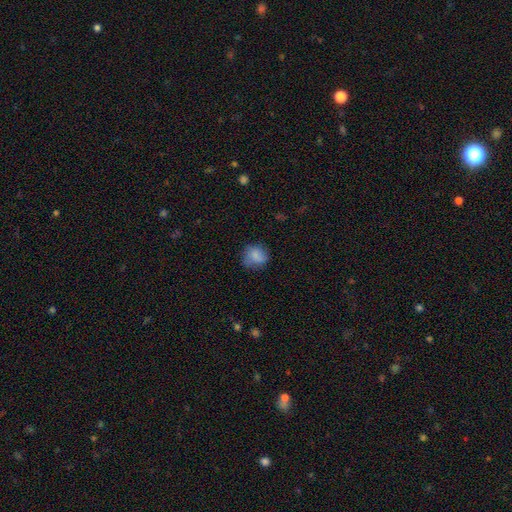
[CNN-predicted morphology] Q: Smooth or featured?
A: smooth (79%); runner-up: featured or disk (12%)
Q: How rounded?
A: round (77%); runner-up: in between (22%)
Q: Merging?
A: none (65%); runner-up: minor disturbance (25%)